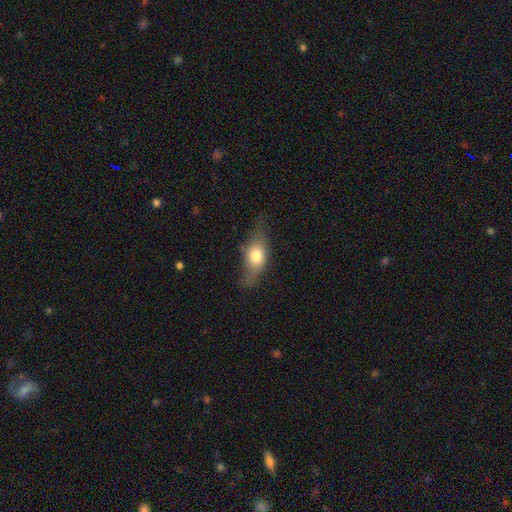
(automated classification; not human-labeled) Morphology: type=smooth (66%); roundness=in between (74%); merging=none (56%).